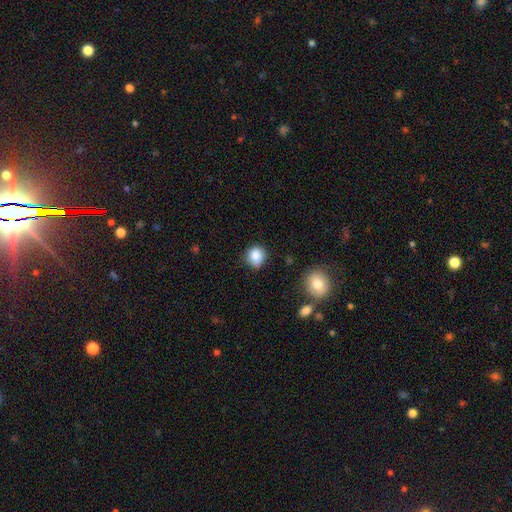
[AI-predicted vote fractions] Morphology: type=smooth (85%); roundness=round (81%); merging=none (74%).